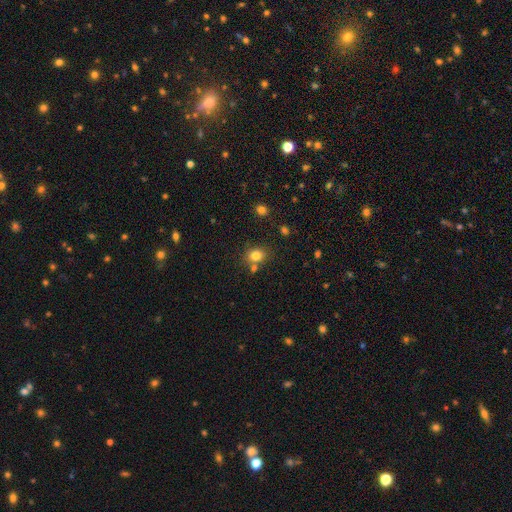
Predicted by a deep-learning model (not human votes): Smooth or featured? Predicted: smooth (p=0.80). How rounded? Predicted: round (p=0.62). Merging? Predicted: none (p=0.68).